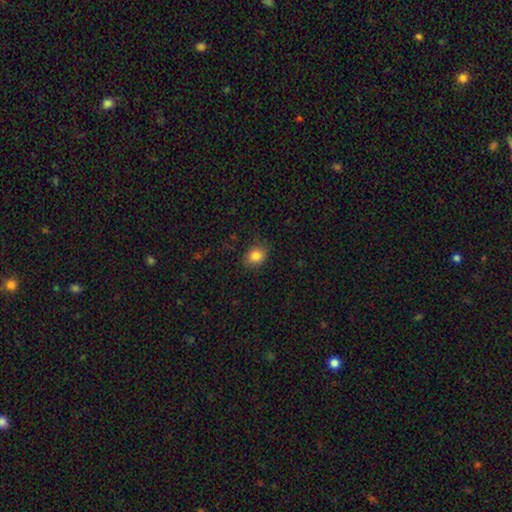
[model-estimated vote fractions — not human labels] Smooth or featured?
  - smooth: 84% *
  - star or artifact: 10%
  - featured or disk: 6%
How rounded?
  - round: 53% *
  - in between: 46%
  - cigar-shaped: 1%
Merging?
  - none: 80% *
  - minor disturbance: 16%
  - major disturbance: 4%
  - merger: 1%